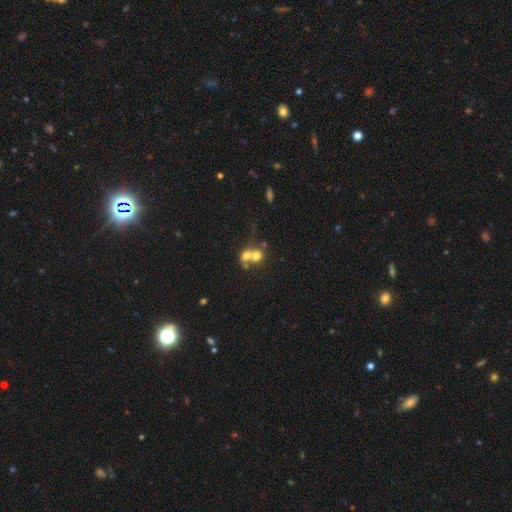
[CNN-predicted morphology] Smooth or featured: smooth — 64% (featured or disk — 23%)
How rounded: round — 74% (in between — 24%)
Merging: merger — 65% (none — 25%)